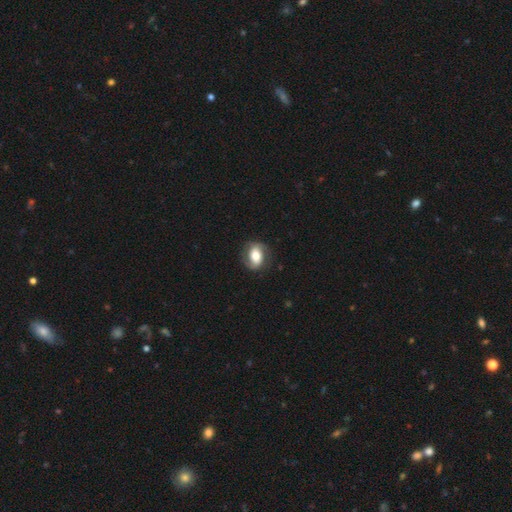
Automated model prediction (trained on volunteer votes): Smooth or featured?
  - featured or disk: 50% *
  - smooth: 43%
  - star or artifact: 7%
Edge-on disk?
  - no: 95% *
  - yes: 5%
Merging?
  - none: 77% *
  - minor disturbance: 15%
  - major disturbance: 7%
  - merger: 1%